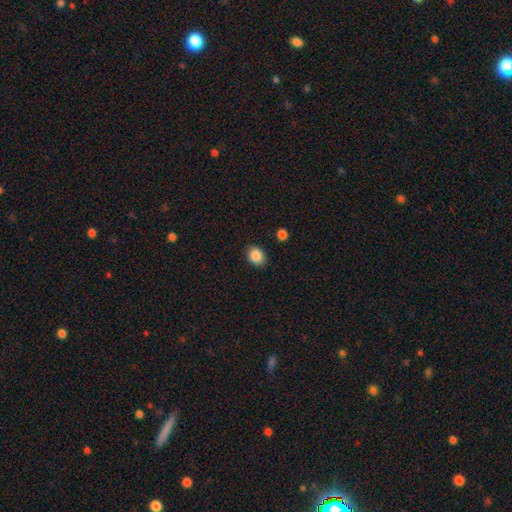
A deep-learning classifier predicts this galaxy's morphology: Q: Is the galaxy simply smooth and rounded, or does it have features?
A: smooth — 87%.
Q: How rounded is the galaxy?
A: in between — 54%.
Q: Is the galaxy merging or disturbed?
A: none — 85%.